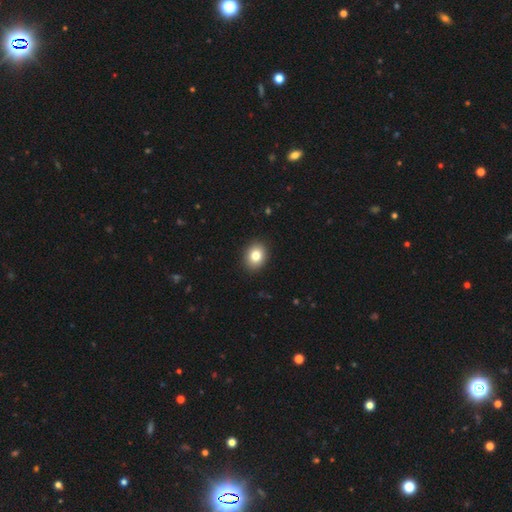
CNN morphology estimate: smooth_or_featured: smooth (p=0.82) [alt: star or artifact p=0.10]
how_rounded: round (p=0.52) [alt: in between p=0.47]
merging: none (p=0.91) [alt: minor disturbance p=0.06]